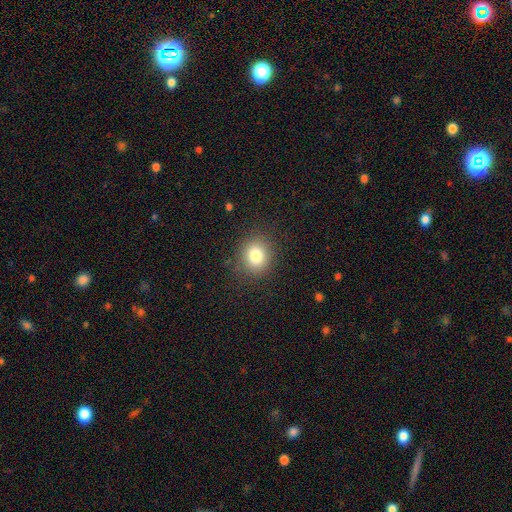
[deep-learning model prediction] This appears to be a smooth galaxy with no disk features (81%) that is round (73%). Merging: none (86%).